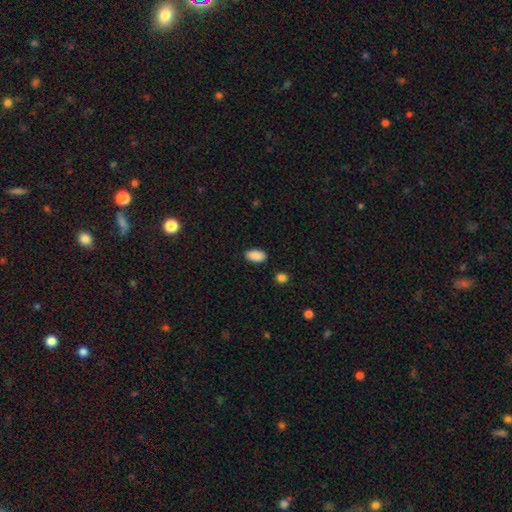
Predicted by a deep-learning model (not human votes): Q: Smooth or featured?
A: smooth (89%); runner-up: star or artifact (7%)
Q: How rounded?
A: in between (94%); runner-up: round (4%)
Q: Merging?
A: none (87%); runner-up: minor disturbance (9%)